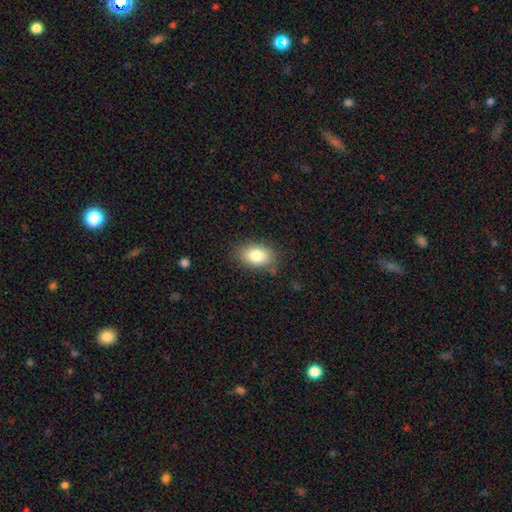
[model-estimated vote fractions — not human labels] The model was most divided on "how rounded": in between: 81%, round: 18%, cigar-shaped: 1%. More confident: merging — none (84%); smooth or featured — smooth (81%).